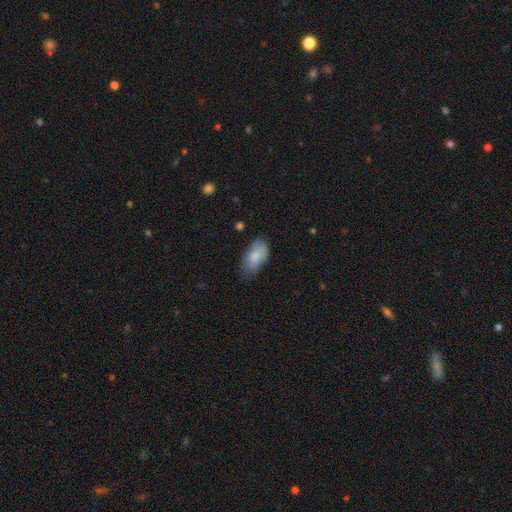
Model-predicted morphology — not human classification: Q: Smooth or featured?
A: smooth (82%); runner-up: featured or disk (11%)
Q: How rounded?
A: in between (93%); runner-up: round (3%)
Q: Merging?
A: none (60%); runner-up: minor disturbance (31%)